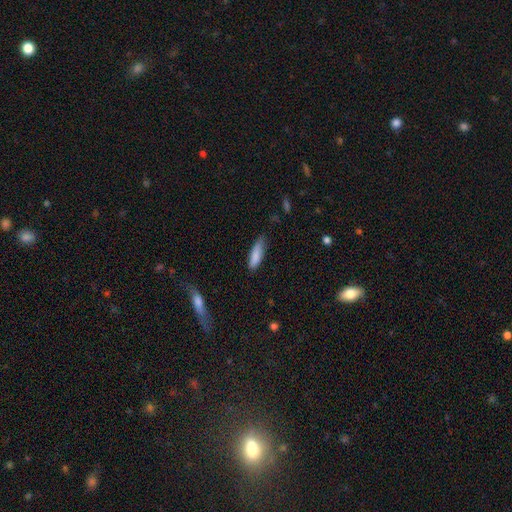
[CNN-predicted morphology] A smooth galaxy with no disk features (86%) that is cigar-shaped (56%).

Vote fractions:
- Smooth or featured? smooth: 86% / featured or disk: 8% / star or artifact: 6%
- How rounded? cigar-shaped: 56% / in between: 42% / round: 2%
- Merging? none: 71% / minor disturbance: 24% / major disturbance: 4% / merger: 2%